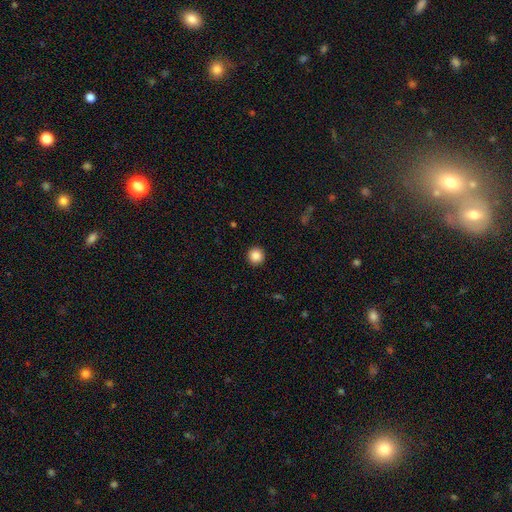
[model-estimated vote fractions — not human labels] The model was most divided on "smooth or featured": smooth: 87%, star or artifact: 10%, featured or disk: 3%. More confident: how rounded — round (95%); merging — none (93%).